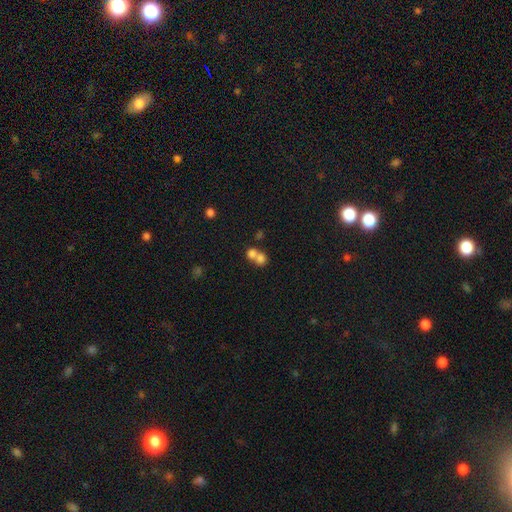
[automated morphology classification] type=smooth (74%); roundness=round (72%); merging=merger (66%).